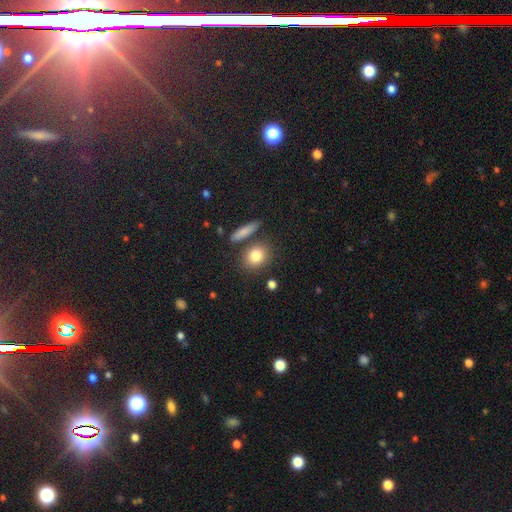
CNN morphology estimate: Smooth or featured? smooth (82%)
How rounded? round (59%)
Merging? none (76%)